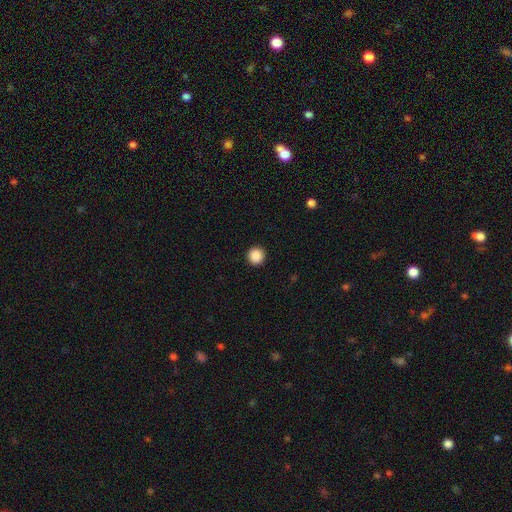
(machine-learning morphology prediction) Smooth or featured: smooth — 89% (star or artifact — 9%)
How rounded: round — 96% (in between — 3%)
Merging: none — 93% (minor disturbance — 4%)